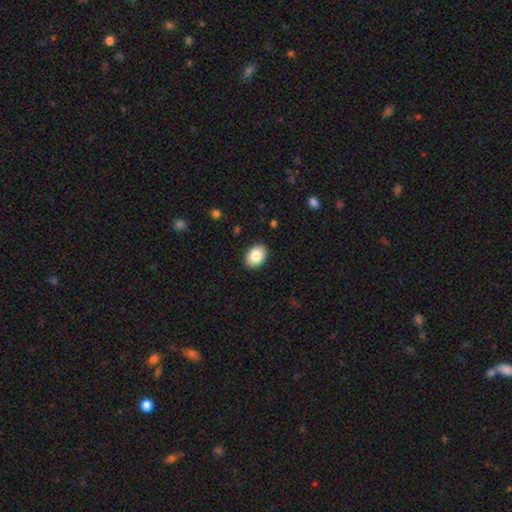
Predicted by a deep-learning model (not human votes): Morphology: type=smooth (85%); roundness=in between (80%); merging=none (90%).